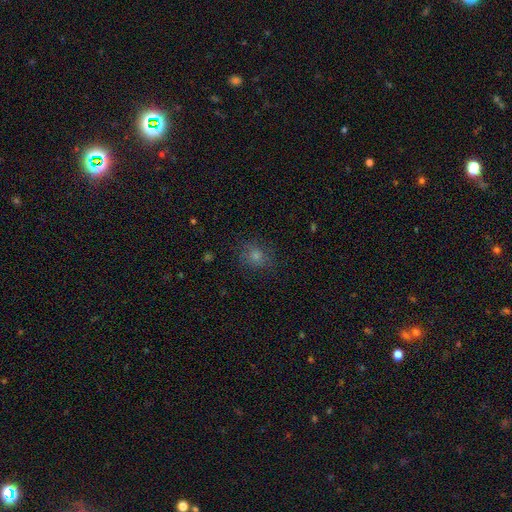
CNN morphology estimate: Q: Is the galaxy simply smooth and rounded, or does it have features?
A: smooth — 74%.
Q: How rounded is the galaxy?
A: round — 69%.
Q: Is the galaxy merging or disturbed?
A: none — 77%.